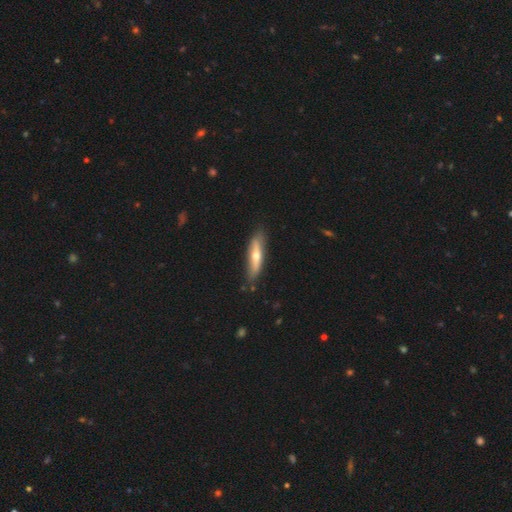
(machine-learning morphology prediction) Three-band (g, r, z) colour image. It shows a featured or disk galaxy (53%) viewed edge-on (74%). Merging: none (80%).